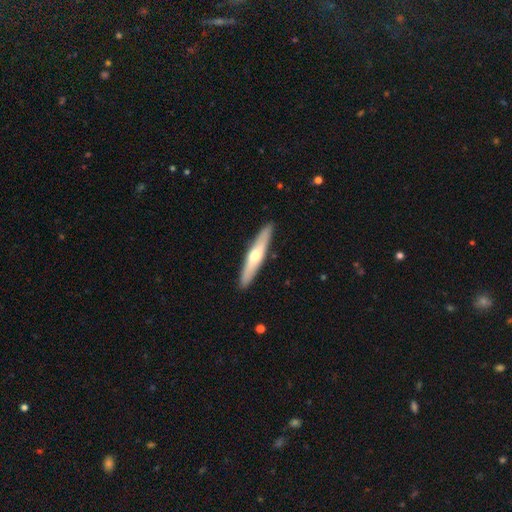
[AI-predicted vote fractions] featured or disk 52%, smooth 43%, star or artifact 5%. Down the decision tree: edge-on disk — yes (89%); merging — none (90%).